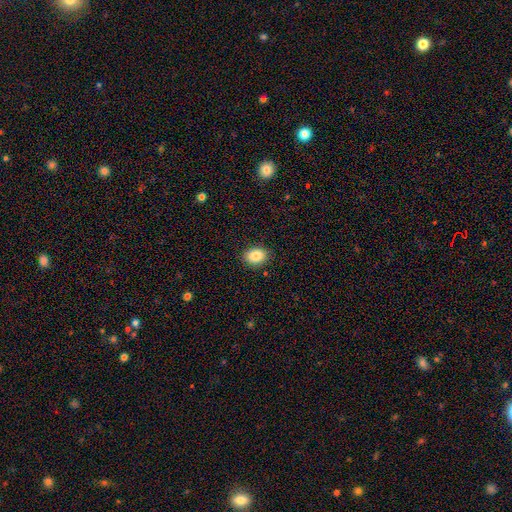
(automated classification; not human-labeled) The model was most divided on "how rounded": in between: 62%, round: 37%, cigar-shaped: 1%. More confident: merging — none (89%); smooth or featured — smooth (86%).